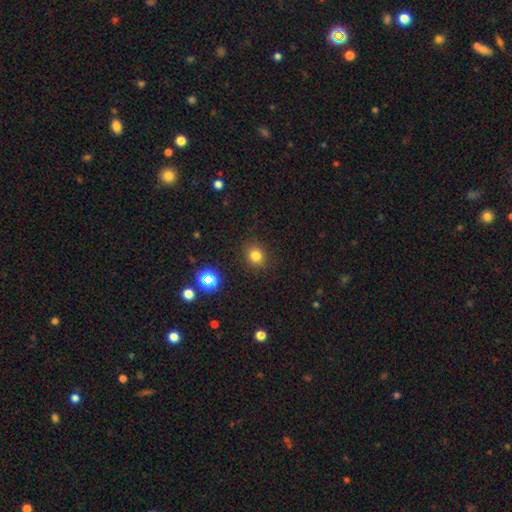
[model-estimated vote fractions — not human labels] Smooth or featured: smooth — 77% (star or artifact — 17%)
How rounded: round — 83% (in between — 16%)
Merging: none — 88% (minor disturbance — 8%)